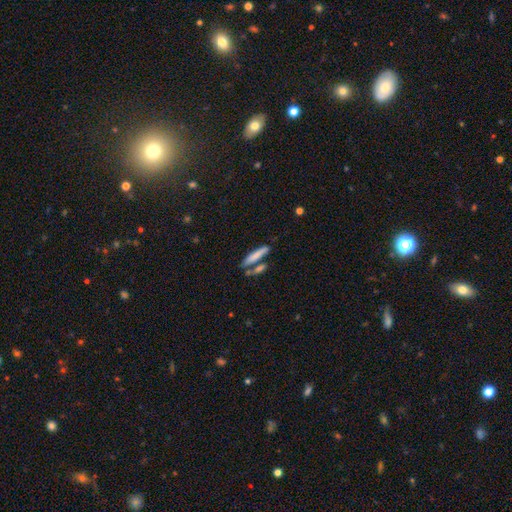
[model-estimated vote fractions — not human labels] The model was most divided on "merging": none: 61%, merger: 24%, minor disturbance: 11%, major disturbance: 4%. More confident: how rounded — cigar-shaped (82%); smooth or featured — smooth (75%).